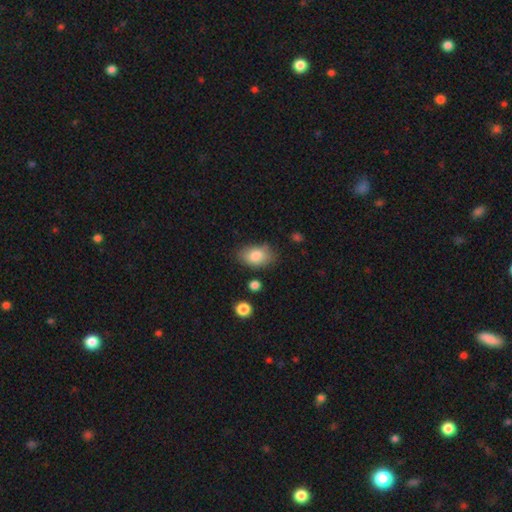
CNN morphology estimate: Q: Smooth or featured?
A: smooth (84%); runner-up: featured or disk (9%)
Q: How rounded?
A: in between (88%); runner-up: round (11%)
Q: Merging?
A: none (74%); runner-up: minor disturbance (18%)